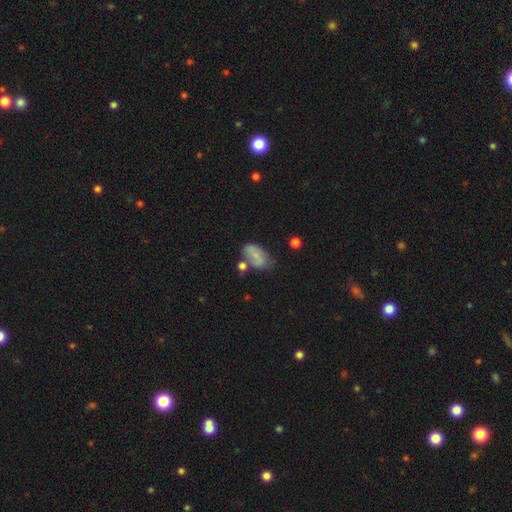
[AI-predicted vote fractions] Smooth or featured: smooth — 64% (featured or disk — 27%)
How rounded: in between — 89% (round — 9%)
Merging: none — 43% (minor disturbance — 27%)